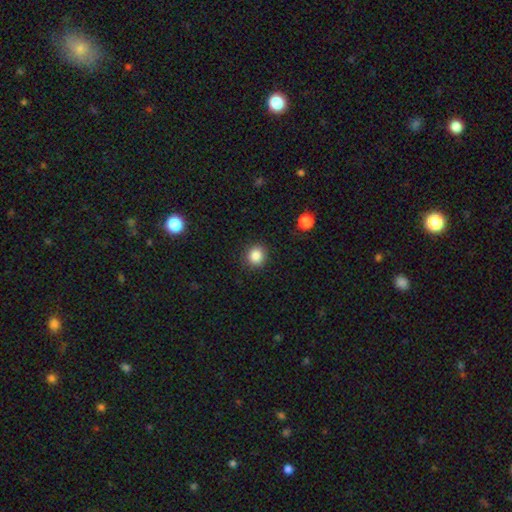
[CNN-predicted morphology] A smooth galaxy with no disk features (85%) that is round (87%).

Vote fractions:
- Smooth or featured? smooth: 85% / star or artifact: 10% / featured or disk: 4%
- How rounded? round: 87% / in between: 13% / cigar-shaped: 1%
- Merging? none: 90% / minor disturbance: 7% / major disturbance: 2% / merger: 1%